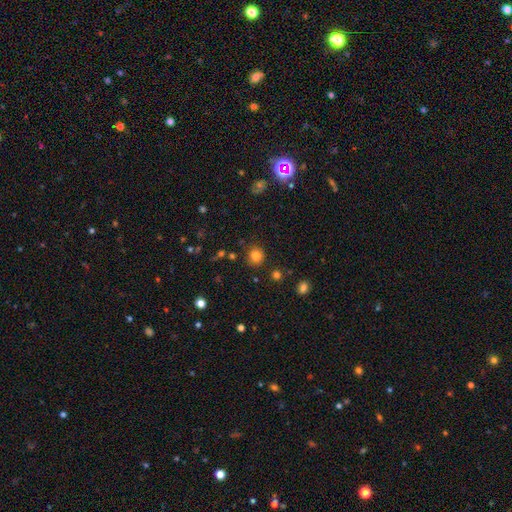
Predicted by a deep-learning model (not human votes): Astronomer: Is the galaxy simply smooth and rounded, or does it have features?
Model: smooth — 81%.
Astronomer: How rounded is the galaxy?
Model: round — 85%.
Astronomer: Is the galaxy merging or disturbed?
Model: none — 85%.